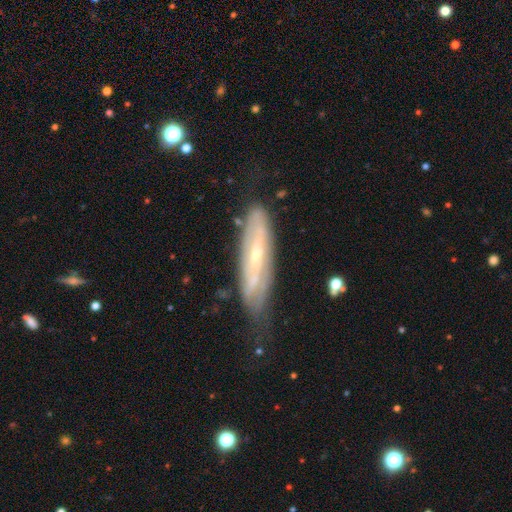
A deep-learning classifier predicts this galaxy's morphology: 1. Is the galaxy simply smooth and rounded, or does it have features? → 72% featured or disk, 21% smooth, 7% star or artifact.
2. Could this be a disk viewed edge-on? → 63% no, 37% yes.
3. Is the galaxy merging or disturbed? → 62% none, 27% minor disturbance, 9% major disturbance, 2% merger.